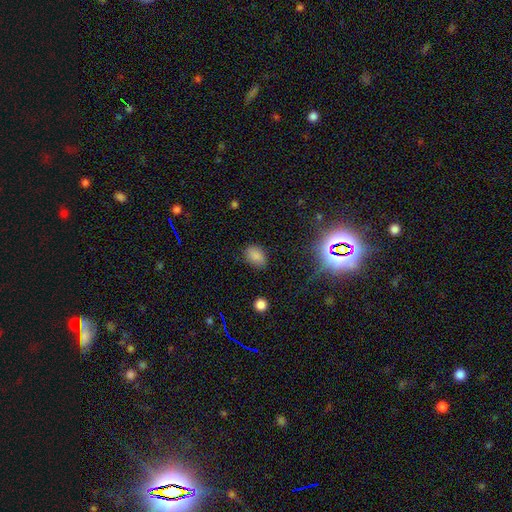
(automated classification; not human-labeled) Q: Smooth or featured?
A: smooth (81%); runner-up: star or artifact (14%)
Q: How rounded?
A: in between (80%); runner-up: round (19%)
Q: Merging?
A: none (80%); runner-up: minor disturbance (15%)